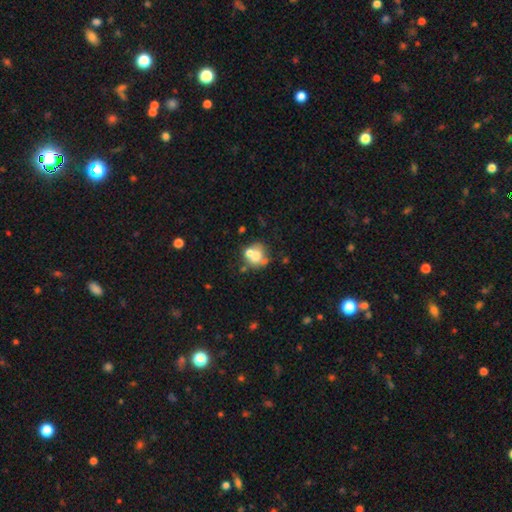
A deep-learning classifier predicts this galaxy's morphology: Smooth or featured: smooth — 58% (featured or disk — 31%)
How rounded: round — 68% (in between — 31%)
Merging: merger — 42% (none — 35%)